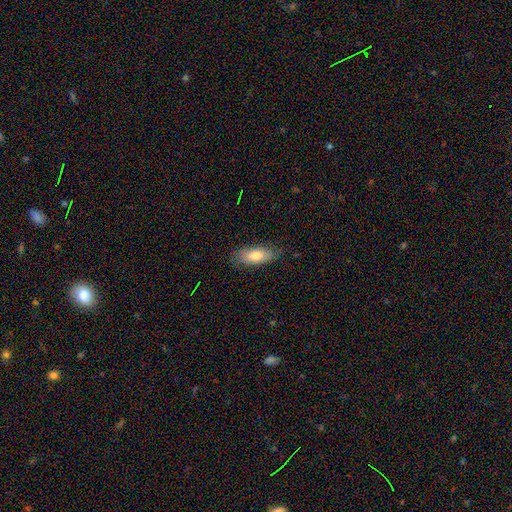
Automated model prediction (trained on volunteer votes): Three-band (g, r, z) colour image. It shows a smooth galaxy with no disk features (75%) that is in between round and cigar-shaped (79%). Merging: none (77%).